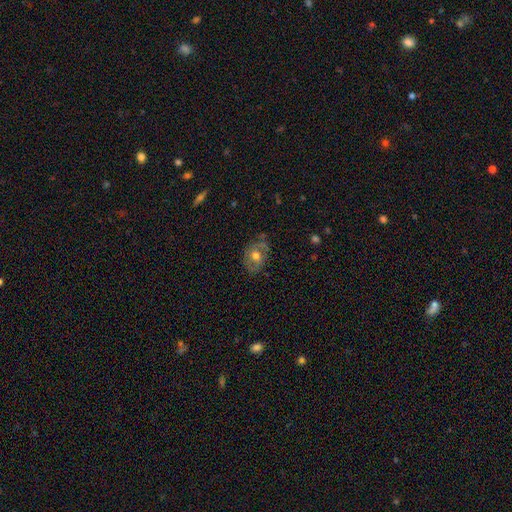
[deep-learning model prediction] A smooth galaxy with no disk features (47%).

Vote fractions:
- Smooth or featured? smooth: 47% / featured or disk: 45% / star or artifact: 8%
- Merging? none: 71% / minor disturbance: 21% / major disturbance: 7% / merger: 2%